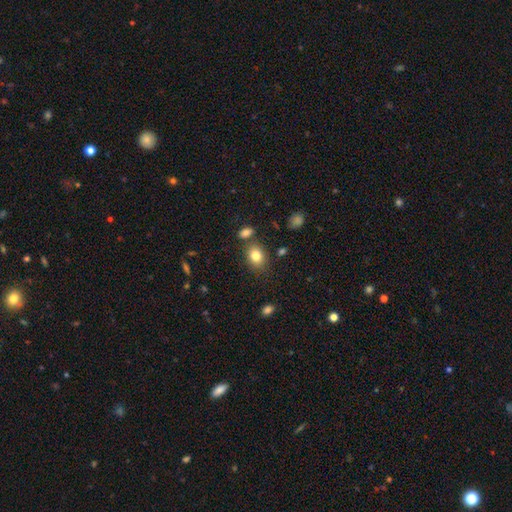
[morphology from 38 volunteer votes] Volunteers were most divided on "merging": none: 75%, merger: 19%, minor disturbance: 3%, major disturbance: 3%. More confident: smooth or featured — smooth (89%); how rounded — in between (79%).